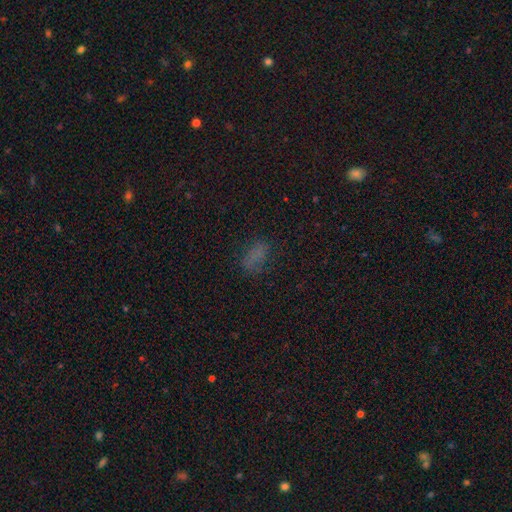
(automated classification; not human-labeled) A smooth galaxy with no disk features (64%) that is in between round and cigar-shaped (86%).

Vote fractions:
- Smooth or featured? smooth: 64% / star or artifact: 24% / featured or disk: 12%
- How rounded? in between: 86% / round: 8% / cigar-shaped: 6%
- Merging? none: 64% / minor disturbance: 21% / major disturbance: 12% / merger: 3%